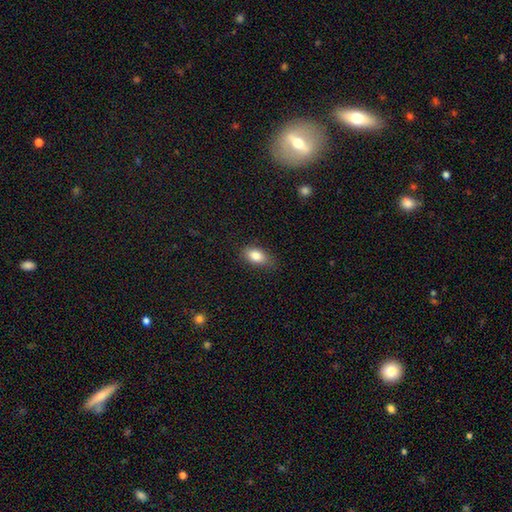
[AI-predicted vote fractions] A smooth galaxy with no disk features (85%) that is in between round and cigar-shaped (89%).

Vote fractions:
- Smooth or featured? smooth: 85% / star or artifact: 8% / featured or disk: 7%
- How rounded? in between: 89% / round: 7% / cigar-shaped: 4%
- Merging? none: 80% / minor disturbance: 15% / major disturbance: 3% / merger: 1%